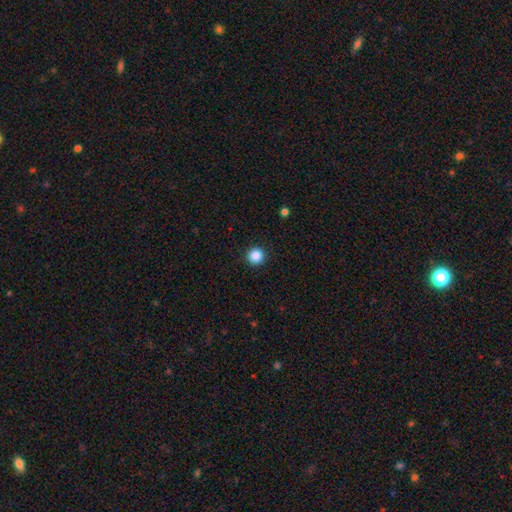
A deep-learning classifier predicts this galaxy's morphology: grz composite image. It shows a smooth galaxy with no disk features (86%) that is round (96%). Merging: none (93%).